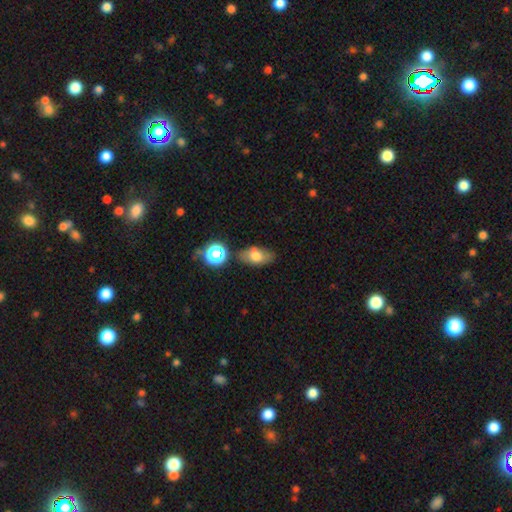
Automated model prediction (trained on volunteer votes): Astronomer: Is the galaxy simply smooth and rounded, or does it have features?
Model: smooth — 69%.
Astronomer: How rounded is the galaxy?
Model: in between — 86%.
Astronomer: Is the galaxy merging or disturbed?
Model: none — 69%.